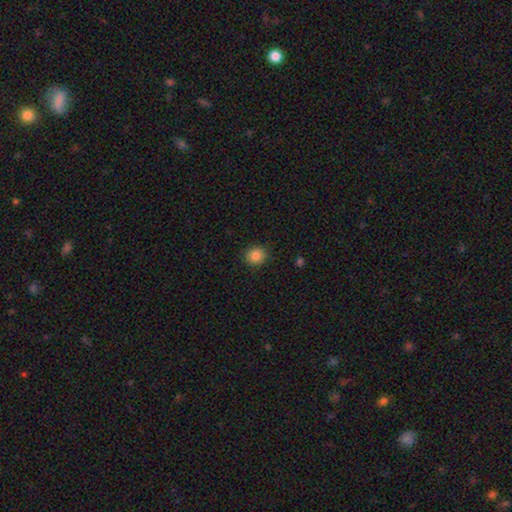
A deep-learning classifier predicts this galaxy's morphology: A smooth galaxy with no disk features (85%) that is round (84%).

Vote fractions:
- Smooth or featured? smooth: 85% / star or artifact: 10% / featured or disk: 4%
- How rounded? round: 84% / in between: 15% / cigar-shaped: 1%
- Merging? none: 90% / minor disturbance: 7% / major disturbance: 2% / merger: 1%